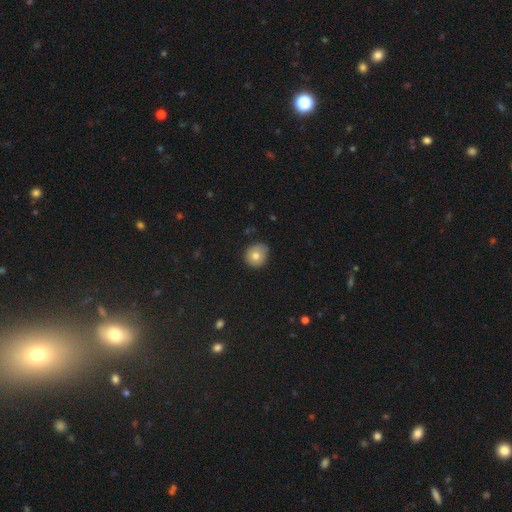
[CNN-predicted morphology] The model was most divided on "merging": none: 69%, minor disturbance: 25%, major disturbance: 4%, merger: 1%. More confident: how rounded — round (82%); smooth or featured — smooth (76%).